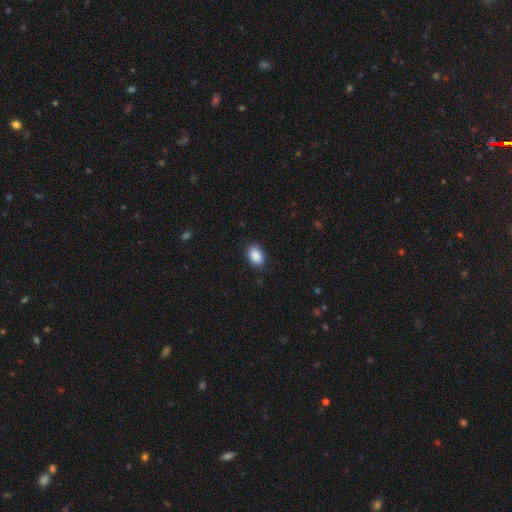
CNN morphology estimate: A smooth galaxy with no disk features (89%) that is in between round and cigar-shaped (85%).

Vote fractions:
- Smooth or featured? smooth: 89% / star or artifact: 8% / featured or disk: 4%
- How rounded? in between: 85% / round: 14% / cigar-shaped: 1%
- Merging? none: 85% / minor disturbance: 11% / major disturbance: 3% / merger: 1%